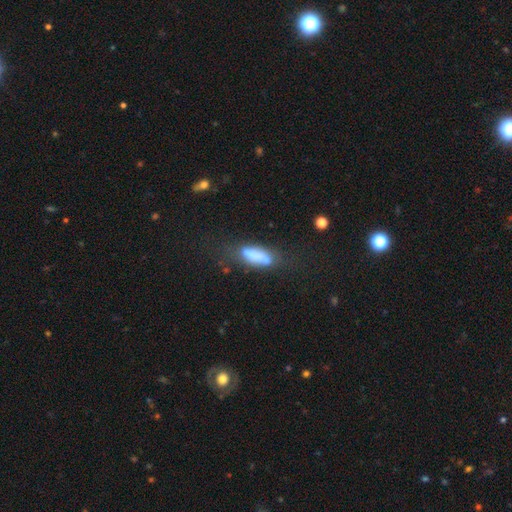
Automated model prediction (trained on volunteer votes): The model was most divided on "merging": none: 41%, minor disturbance: 25%, major disturbance: 20%, merger: 15%. More confident: smooth or featured — smooth (64%); how rounded — in between (57%).